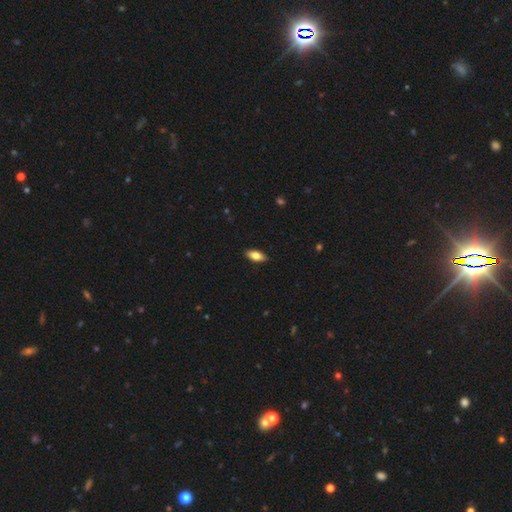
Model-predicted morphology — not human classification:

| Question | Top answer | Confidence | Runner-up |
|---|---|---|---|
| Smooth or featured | smooth | 77% | featured or disk (16%) |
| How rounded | in between | 86% | cigar-shaped (12%) |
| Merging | none | 88% | minor disturbance (9%) |